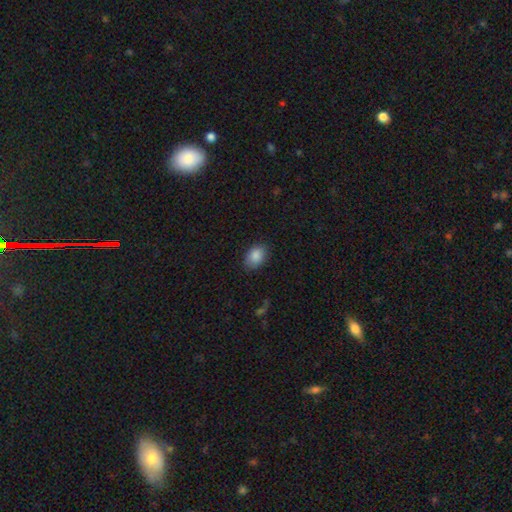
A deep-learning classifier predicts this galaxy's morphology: Smooth or featured: smooth — 87% (star or artifact — 8%)
How rounded: in between — 82% (round — 17%)
Merging: none — 82% (minor disturbance — 14%)